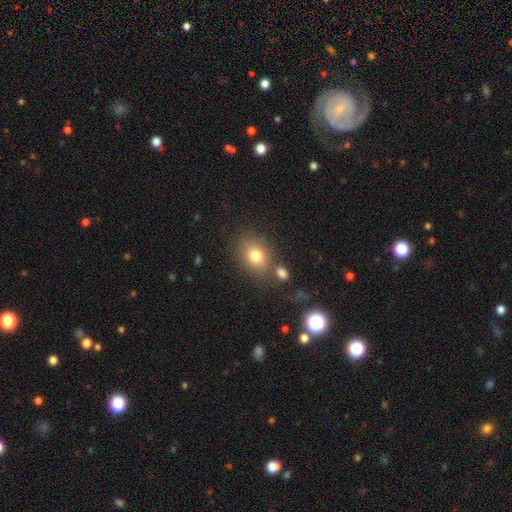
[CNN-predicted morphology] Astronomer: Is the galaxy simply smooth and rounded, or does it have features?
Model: smooth — 78%.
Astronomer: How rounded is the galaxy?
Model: in between — 59% (runner-up: round, 39%).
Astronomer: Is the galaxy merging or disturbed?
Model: none — 68%.